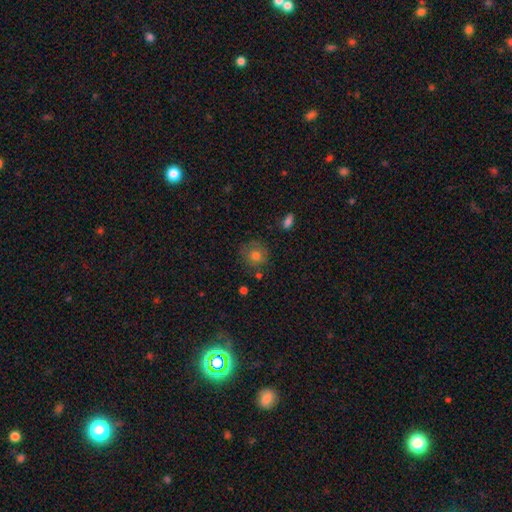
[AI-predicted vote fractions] This is likely a smooth galaxy (72%). How rounded: clearly round (87%). Merging: likely none (72%).